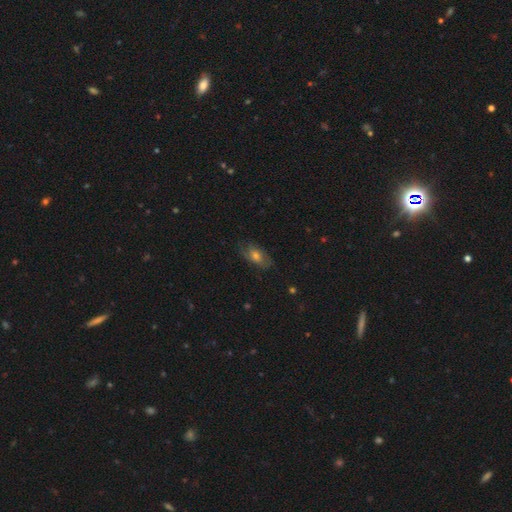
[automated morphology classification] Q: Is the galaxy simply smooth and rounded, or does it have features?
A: featured or disk — 43%, tied with smooth.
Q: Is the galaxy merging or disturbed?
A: none — 73%.